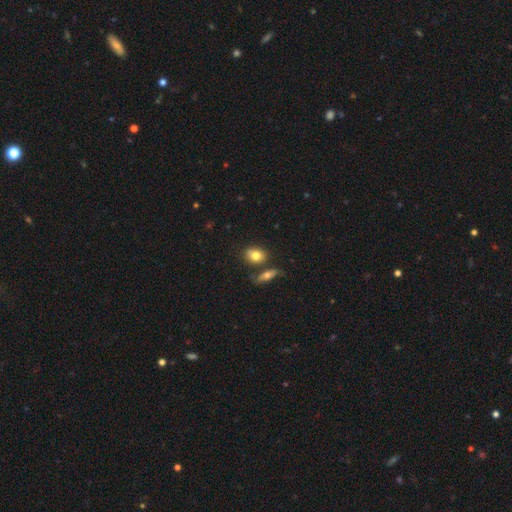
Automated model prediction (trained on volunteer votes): This is likely a smooth galaxy (78%). How rounded: likely in between (68%). Merging: likely none (65%).